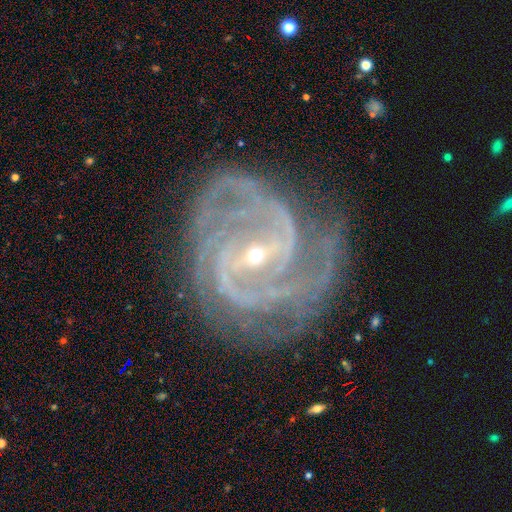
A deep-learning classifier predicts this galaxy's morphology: smooth_or_featured: featured or disk (p=0.92) [alt: star or artifact p=0.05]
disk_edge_on: no (p=0.97) [alt: yes p=0.03]
bar: strong (p=0.40) [tied with: weak p=0.40]
has_spiral_arms: yes (p=0.98) [alt: no p=0.02]
spiral_winding: tight (p=0.55) [alt: medium p=0.38]
spiral_arm_count: 2 (p=0.34) [alt: 3 p=0.24]
bulge_size: small (p=0.78) [alt: moderate p=0.19]
merging: none (p=0.67) [alt: minor disturbance p=0.19]